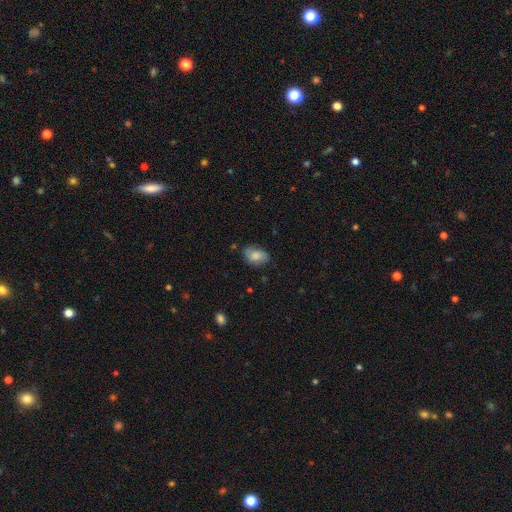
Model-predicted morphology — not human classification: Smooth or featured?
  - smooth: 76% *
  - featured or disk: 16%
  - star or artifact: 8%
How rounded?
  - in between: 84% *
  - round: 15%
  - cigar-shaped: 1%
Merging?
  - none: 69% *
  - minor disturbance: 24%
  - major disturbance: 6%
  - merger: 2%